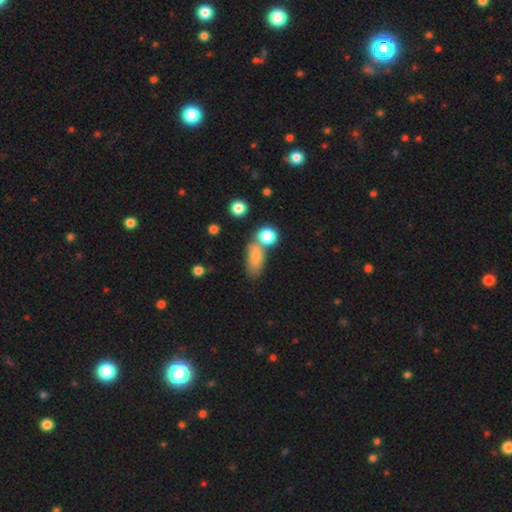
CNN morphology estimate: This is likely a smooth galaxy (77%). How rounded: likely in between (79%). Merging: possibly none (46%).